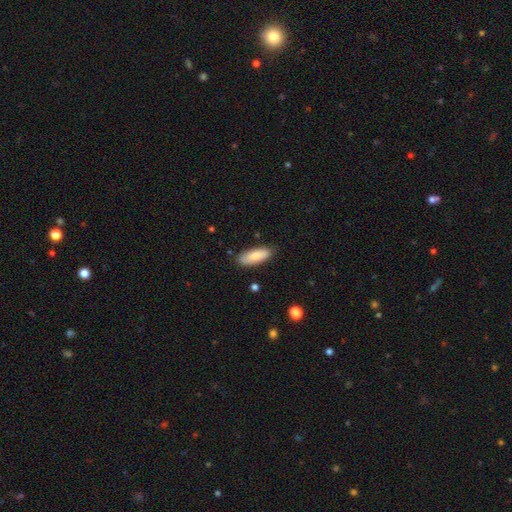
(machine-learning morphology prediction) smooth-or-featured: smooth: 85% | featured or disk: 9% | star or artifact: 6%
  how-rounded: in between: 70% | cigar-shaped: 28% | round: 2%
  merging: none: 84% | minor disturbance: 12% | major disturbance: 2% | merger: 1%